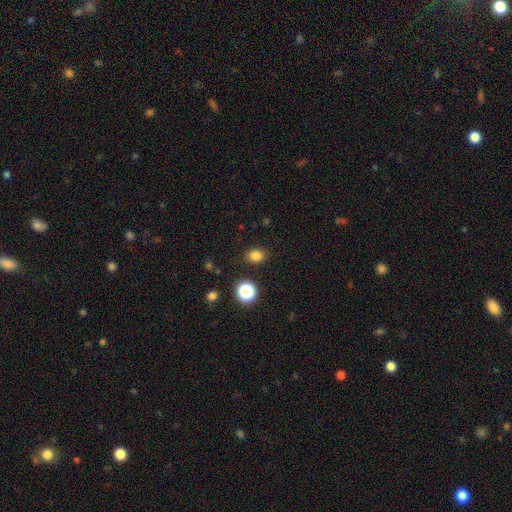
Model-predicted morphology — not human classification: This is clearly a smooth galaxy (81%). How rounded: likely round (61%). Merging: clearly none (87%).